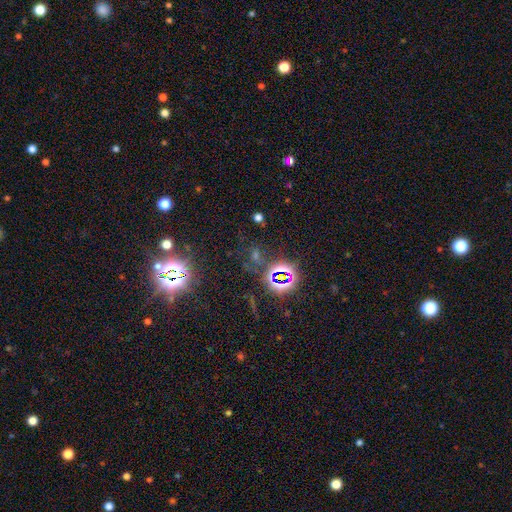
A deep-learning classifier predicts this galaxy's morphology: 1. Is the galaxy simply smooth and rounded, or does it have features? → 69% star or artifact, 22% smooth, 10% featured or disk.